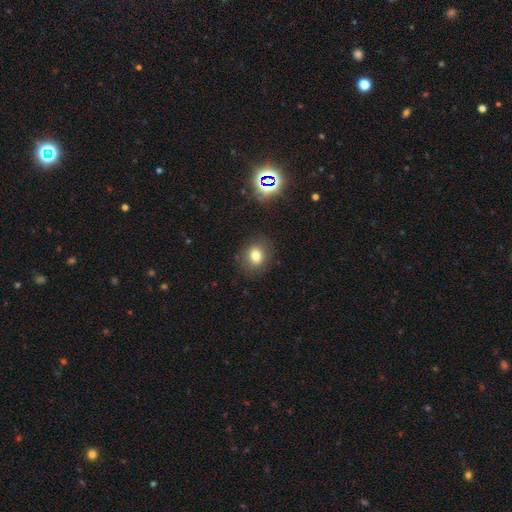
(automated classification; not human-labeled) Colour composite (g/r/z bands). It shows a smooth galaxy with no disk features (76%) that is round (64%). Merging: none (85%).